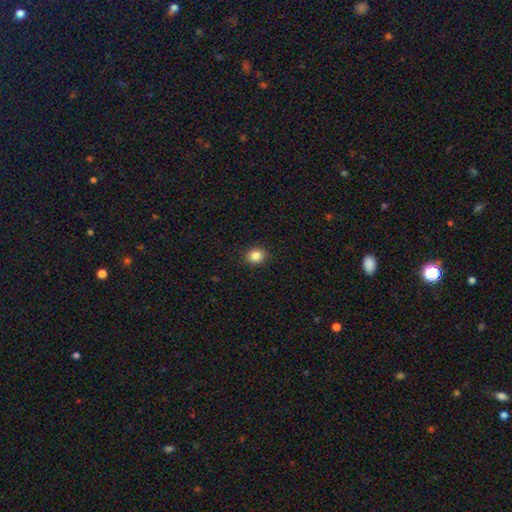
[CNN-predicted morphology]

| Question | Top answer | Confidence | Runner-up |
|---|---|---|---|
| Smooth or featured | smooth | 85% | star or artifact (11%) |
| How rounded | round | 77% | in between (22%) |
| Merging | none | 89% | minor disturbance (8%) |